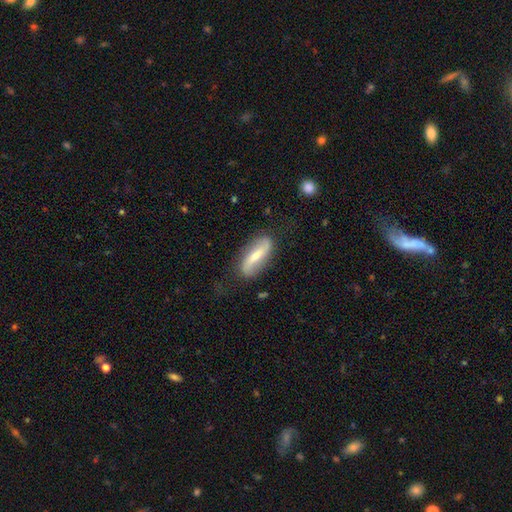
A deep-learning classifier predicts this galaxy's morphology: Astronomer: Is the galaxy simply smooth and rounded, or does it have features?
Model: featured or disk — 63%.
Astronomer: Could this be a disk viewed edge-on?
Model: no — 83%.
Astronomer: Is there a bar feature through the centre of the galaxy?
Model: strong — 46% (runner-up: weak, 32%).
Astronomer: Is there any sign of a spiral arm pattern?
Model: yes — 85%.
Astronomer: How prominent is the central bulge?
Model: moderate — 48% (runner-up: small, 41%).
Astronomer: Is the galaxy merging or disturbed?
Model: none — 77%.